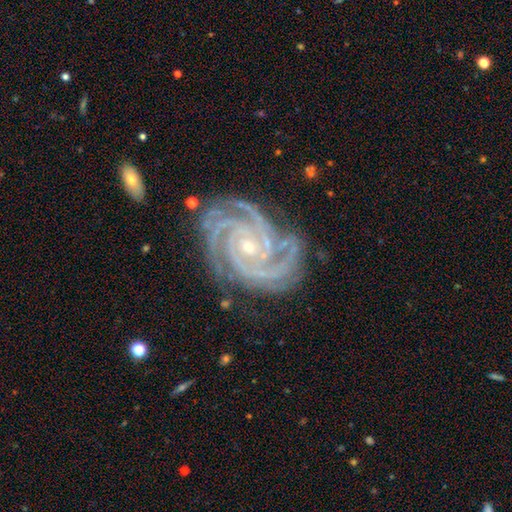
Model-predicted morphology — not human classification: Smooth or featured?
  - featured or disk: 92% *
  - star or artifact: 5%
  - smooth: 2%
Edge-on disk?
  - no: 98% *
  - yes: 2%
Bar?
  - no: 65% *
  - weak: 20%
  - strong: 15%
Spiral arms?
  - yes: 99% *
  - no: 1%
Spiral winding?
  - tight: 82% *
  - medium: 16%
  - loose: 2%
Spiral arm count?
  - 3: 37% *
  - 4: 28%
  - 2: 15%
  - more than 4: 8%
  - can't tell: 7%
  - 1: 6%
Bulge size?
  - small: 75% *
  - moderate: 22%
  - none: 1%
  - large: 1%
  - dominant: 1%
Merging?
  - none: 77% *
  - minor disturbance: 16%
  - major disturbance: 4%
  - merger: 2%